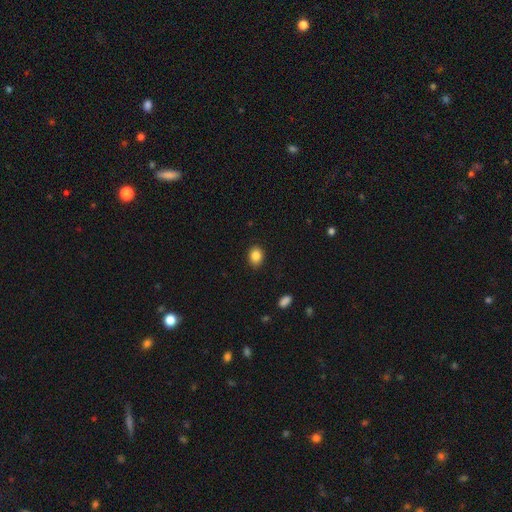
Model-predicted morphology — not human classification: smooth 86%, star or artifact 9%, featured or disk 5%. Down the decision tree: how rounded — in between (57%); merging — none (89%).